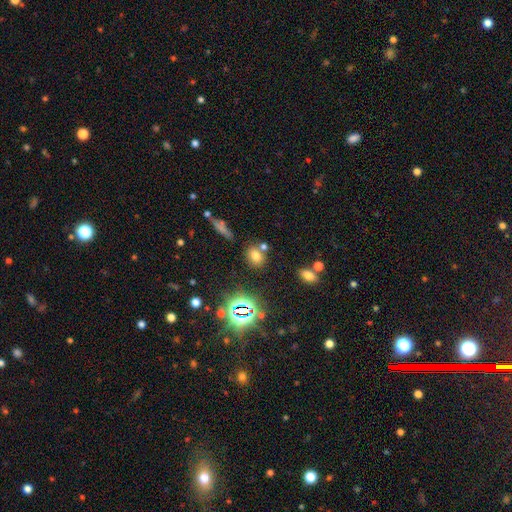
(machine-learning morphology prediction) Smooth or featured: smooth — 66% (star or artifact — 23%)
How rounded: in between — 52% (round — 45%)
Merging: none — 67% (merger — 18%)